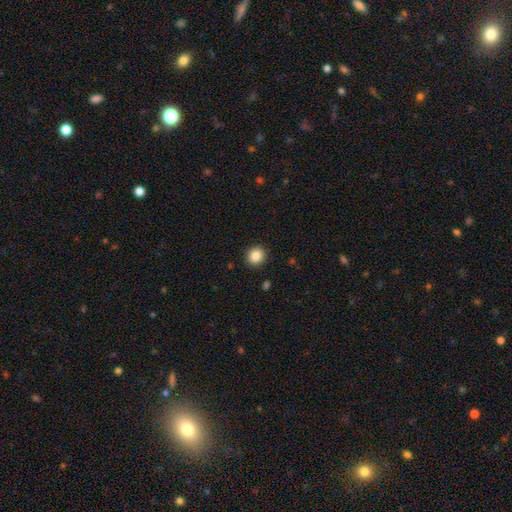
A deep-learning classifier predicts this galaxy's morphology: Smooth or featured: smooth — 86% (star or artifact — 10%)
How rounded: round — 88% (in between — 12%)
Merging: none — 91% (minor disturbance — 6%)